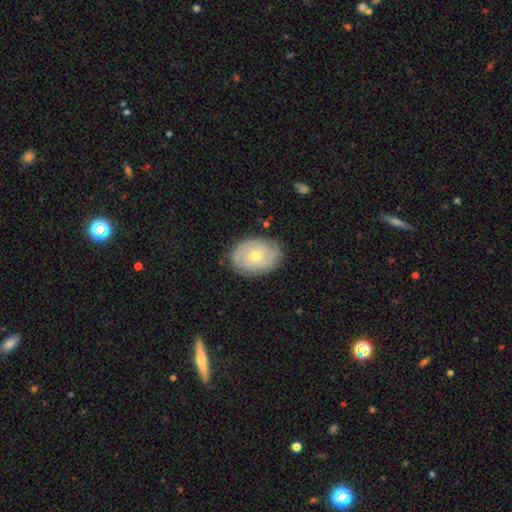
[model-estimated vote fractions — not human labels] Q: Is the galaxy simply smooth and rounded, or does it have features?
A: featured or disk — 52%.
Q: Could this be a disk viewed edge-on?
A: no — 94%.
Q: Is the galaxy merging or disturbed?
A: none — 82%.